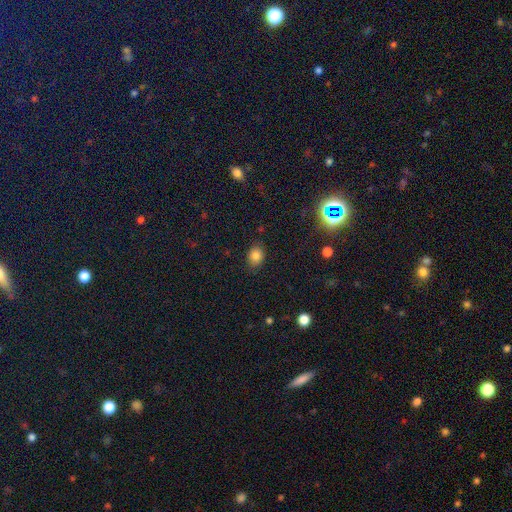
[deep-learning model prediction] smooth 81%, star or artifact 12%, featured or disk 7%. Down the decision tree: how rounded — in between (57%); merging — none (85%).